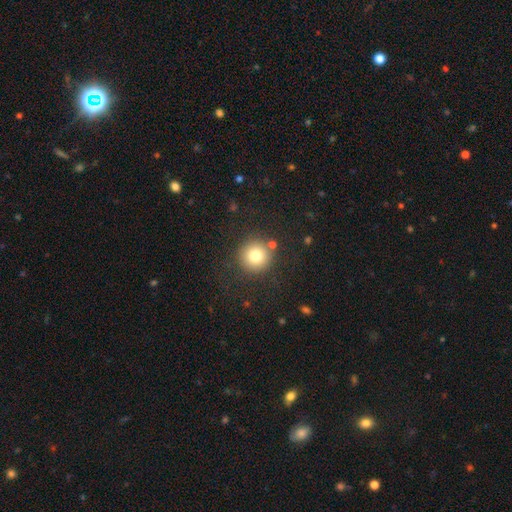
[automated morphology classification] smooth 78%, star or artifact 12%, featured or disk 10%. Down the decision tree: how rounded — round (95%); merging — none (85%).